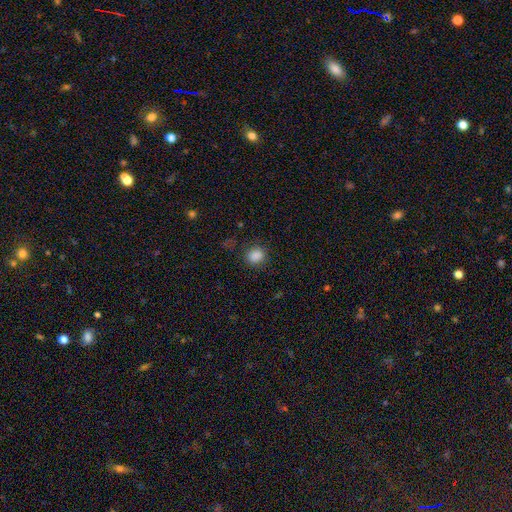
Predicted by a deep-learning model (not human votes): This appears to be a smooth galaxy with no disk features (85%) that is round (71%). Merging: none (81%).